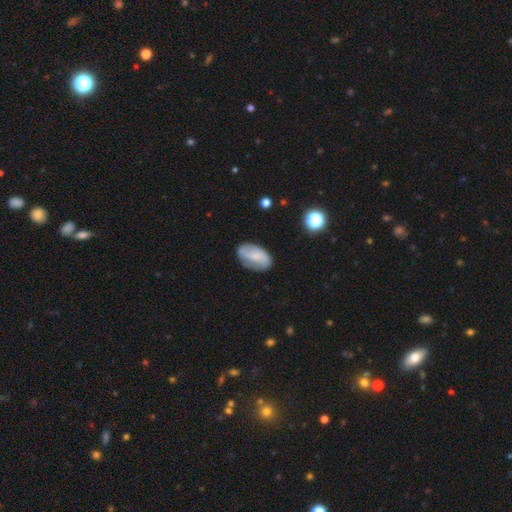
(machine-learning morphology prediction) Smooth or featured: smooth — 57% (featured or disk — 35%)
How rounded: in between — 91% (round — 7%)
Merging: none — 68% (minor disturbance — 23%)